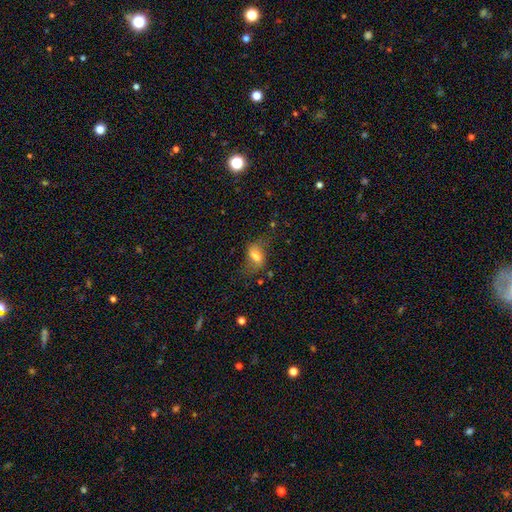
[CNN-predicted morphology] type=smooth (57%); roundness=in between (83%); merging=none (53%).